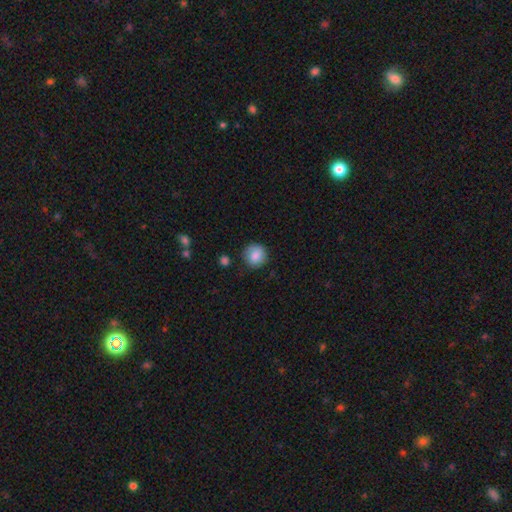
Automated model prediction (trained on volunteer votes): This is clearly a smooth galaxy (83%). How rounded: clearly round (90%). Merging: clearly none (80%).